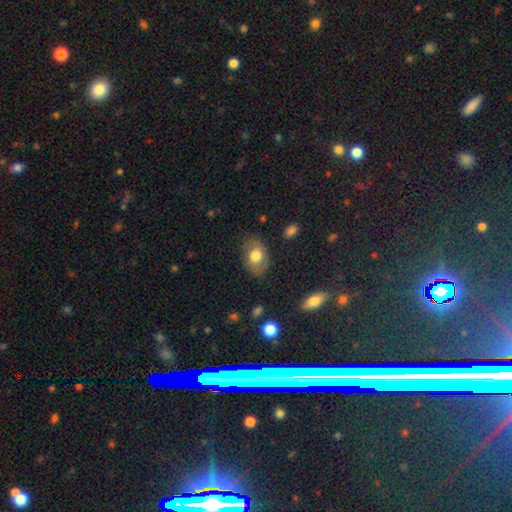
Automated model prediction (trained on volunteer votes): This is likely a smooth galaxy (71%). How rounded: clearly in between (81%). Merging: likely none (78%).